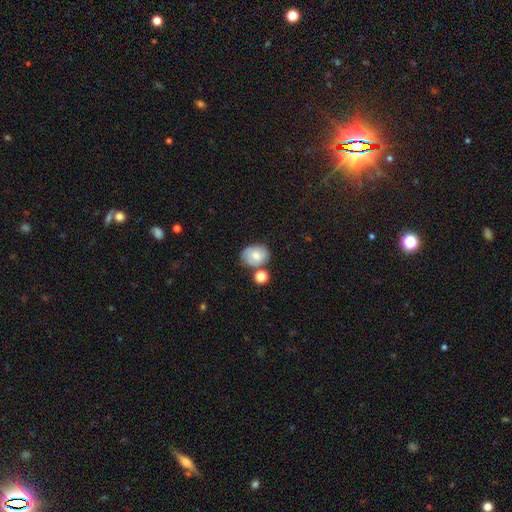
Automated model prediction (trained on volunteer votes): Q: Smooth or featured?
A: smooth (63%); runner-up: featured or disk (27%)
Q: How rounded?
A: in between (51%); runner-up: round (48%)
Q: Merging?
A: none (58%); runner-up: minor disturbance (20%)